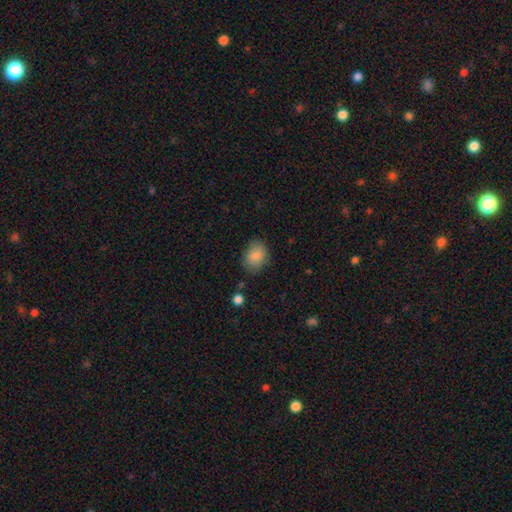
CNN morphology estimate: Overall: smooth (85%). How rounded: in between (66%; round 33%). Merging: none (79%).